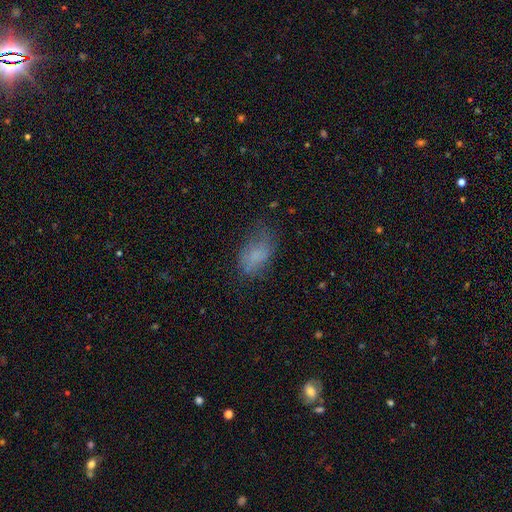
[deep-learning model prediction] smooth_or_featured: smooth (p=0.71) [alt: featured or disk p=0.17]
how_rounded: in between (p=0.89) [alt: round p=0.09]
merging: none (p=0.50) [alt: minor disturbance p=0.29]